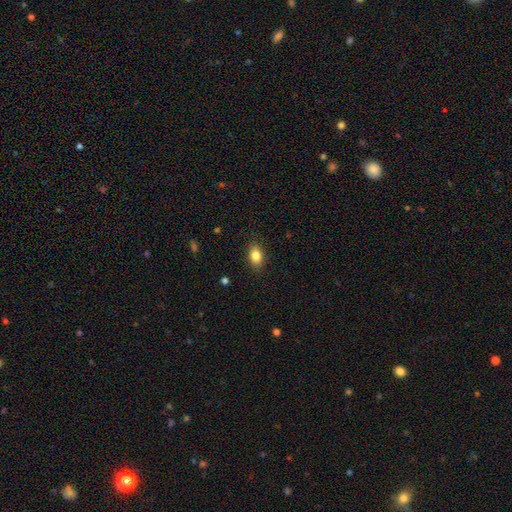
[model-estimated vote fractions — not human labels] Smooth or featured? smooth (84%)
How rounded? in between (84%)
Merging? none (86%)